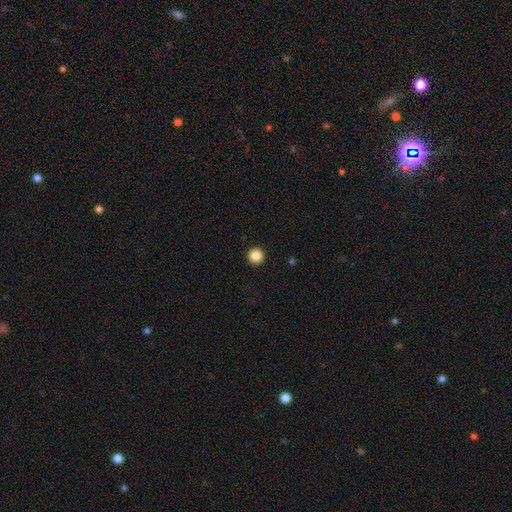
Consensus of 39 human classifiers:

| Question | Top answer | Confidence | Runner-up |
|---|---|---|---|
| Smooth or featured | smooth | 92% | star or artifact (5%) |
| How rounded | round | 100% | — |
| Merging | none | 92% | minor disturbance (3%) |